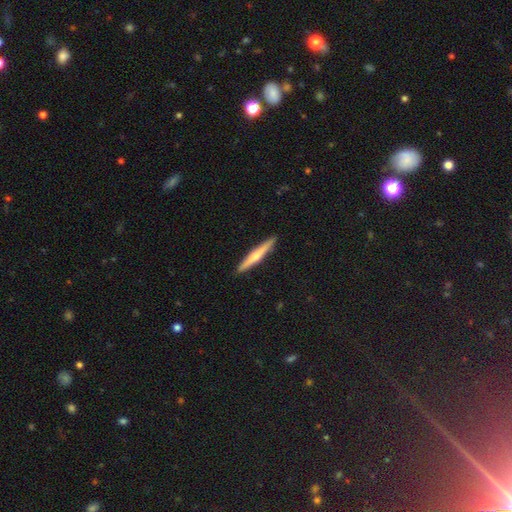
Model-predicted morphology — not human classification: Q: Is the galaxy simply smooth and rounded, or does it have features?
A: featured or disk — 51%.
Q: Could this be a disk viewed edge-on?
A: yes — 97%.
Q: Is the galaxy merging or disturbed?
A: none — 92%.